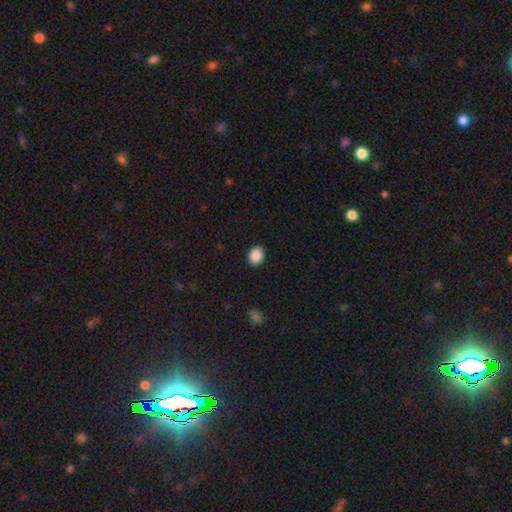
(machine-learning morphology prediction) This is clearly a smooth galaxy (89%). How rounded: possibly round (55%). Merging: clearly none (87%).